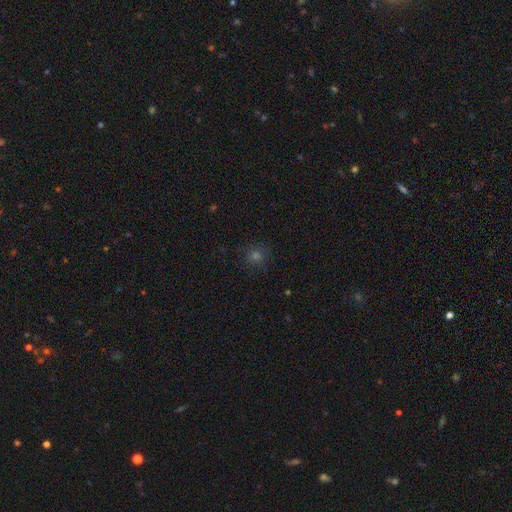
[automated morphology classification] smooth 58%, star or artifact 32%, featured or disk 10%. Down the decision tree: how rounded — round (92%); merging — none (87%).